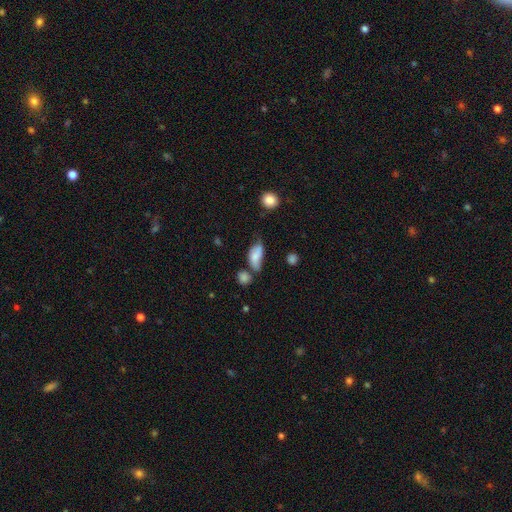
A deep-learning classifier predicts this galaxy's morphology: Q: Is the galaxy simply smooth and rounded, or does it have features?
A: smooth — 69%.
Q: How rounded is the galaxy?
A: in between — 87%.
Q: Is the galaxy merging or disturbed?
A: none — 34%.